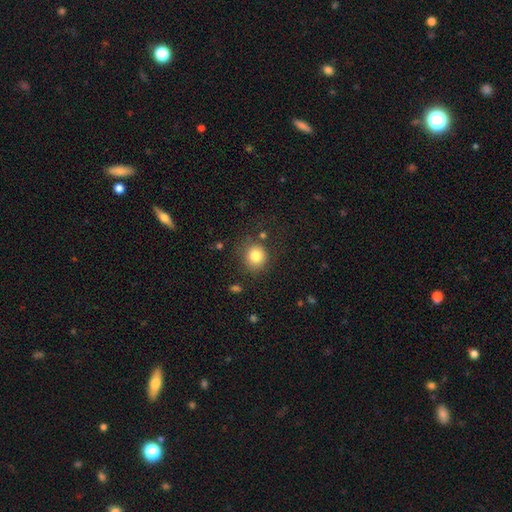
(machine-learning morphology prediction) Smooth or featured? Predicted: smooth (p=0.82). How rounded? Predicted: round (p=0.87). Merging? Predicted: none (p=0.79).